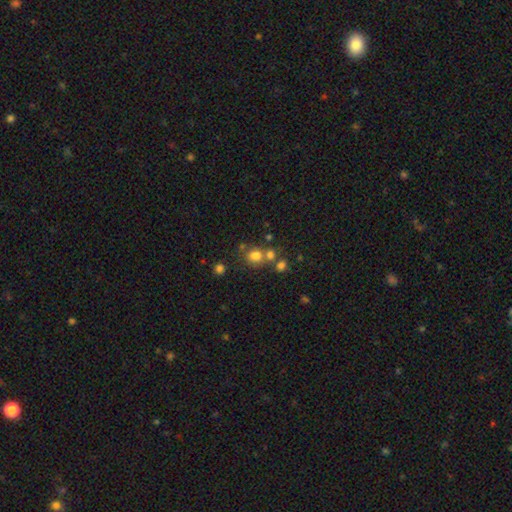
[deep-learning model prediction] The model was most divided on "merging": none: 53%, merger: 30%, minor disturbance: 11%, major disturbance: 6%. More confident: smooth or featured — smooth (73%); how rounded — round (69%).